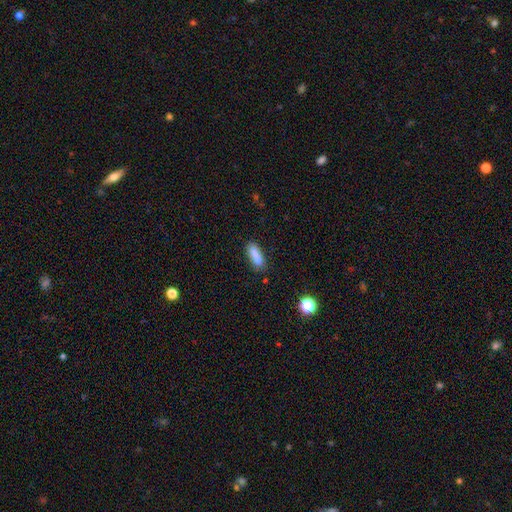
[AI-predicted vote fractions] The model was most divided on "how rounded": in between: 53%, cigar-shaped: 44%, round: 3%. More confident: smooth or featured — smooth (83%); merging — none (67%).